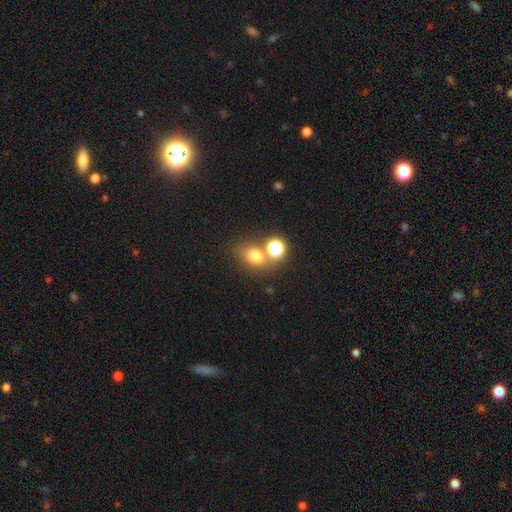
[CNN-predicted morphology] A smooth galaxy with no disk features (70%) that is round (54%).

Vote fractions:
- Smooth or featured? smooth: 70% / star or artifact: 20% / featured or disk: 10%
- How rounded? round: 54% / in between: 44% / cigar-shaped: 1%
- Merging? none: 61% / merger: 23% / minor disturbance: 11% / major disturbance: 5%